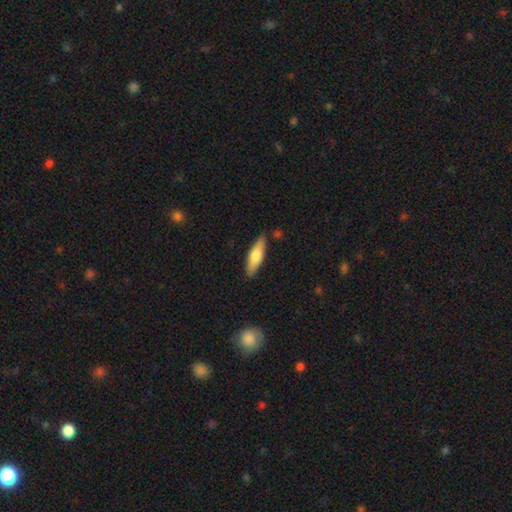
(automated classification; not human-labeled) A smooth galaxy with no disk features (59%) that is cigar-shaped (61%).

Vote fractions:
- Smooth or featured? smooth: 59% / featured or disk: 35% / star or artifact: 6%
- How rounded? cigar-shaped: 61% / in between: 37% / round: 2%
- Merging? none: 84% / minor disturbance: 11% / merger: 2% / major disturbance: 2%